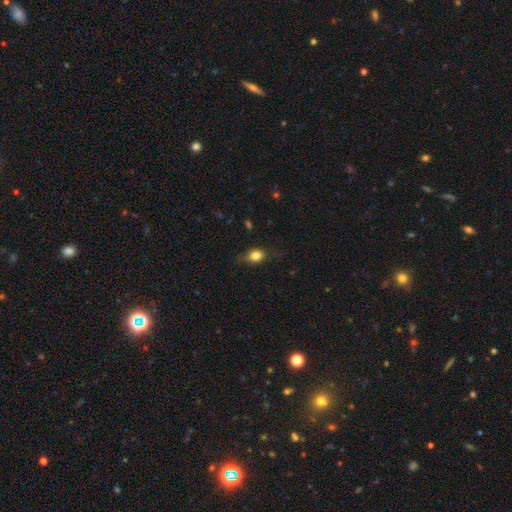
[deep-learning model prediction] smooth_or_featured: smooth (p=0.81) [alt: featured or disk p=0.10]
how_rounded: in between (p=0.68) [alt: round p=0.29]
merging: none (p=0.74) [alt: minor disturbance p=0.20]